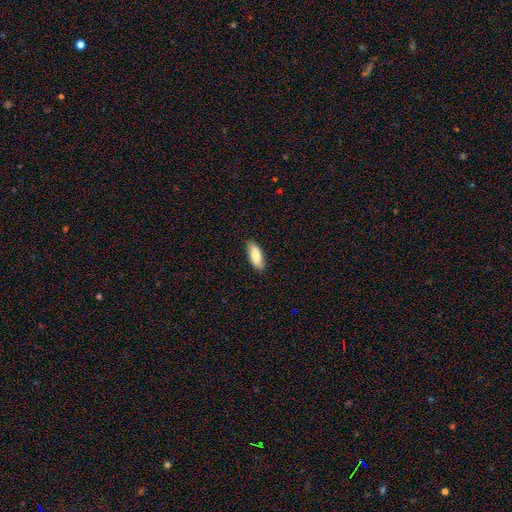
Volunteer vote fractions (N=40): Smooth or featured? 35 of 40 (88%) said smooth. How rounded? 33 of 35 (94%) said in between. Merging? 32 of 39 (82%) said none.